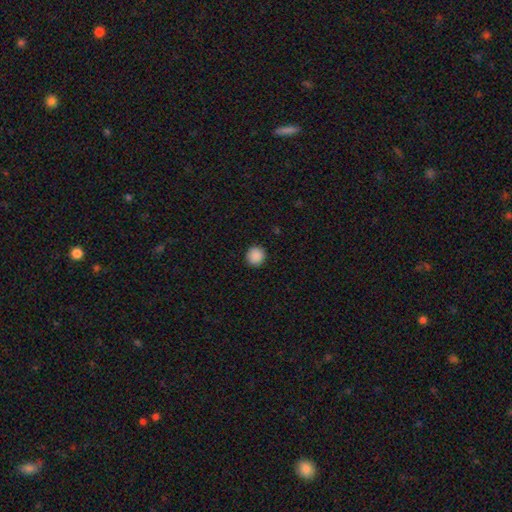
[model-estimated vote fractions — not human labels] Smooth or featured: smooth — 89% (star or artifact — 9%)
How rounded: round — 93% (in between — 6%)
Merging: none — 92% (minor disturbance — 5%)